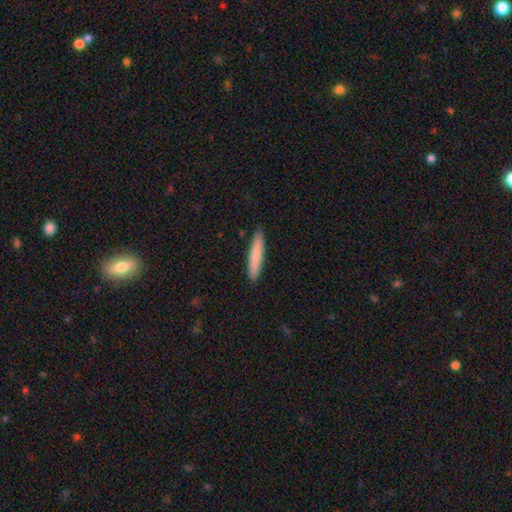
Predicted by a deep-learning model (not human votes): Q: Smooth or featured?
A: smooth (80%); runner-up: featured or disk (15%)
Q: How rounded?
A: cigar-shaped (91%); runner-up: in between (8%)
Q: Merging?
A: none (89%); runner-up: minor disturbance (8%)